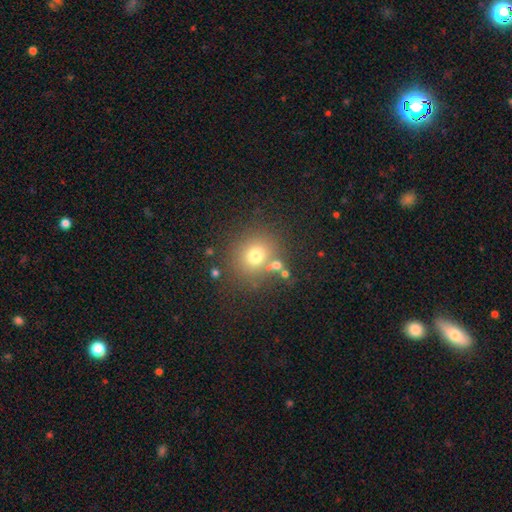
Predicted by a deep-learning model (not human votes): Overall: smooth (71%). How rounded: round (82%). Merging: none (72%).